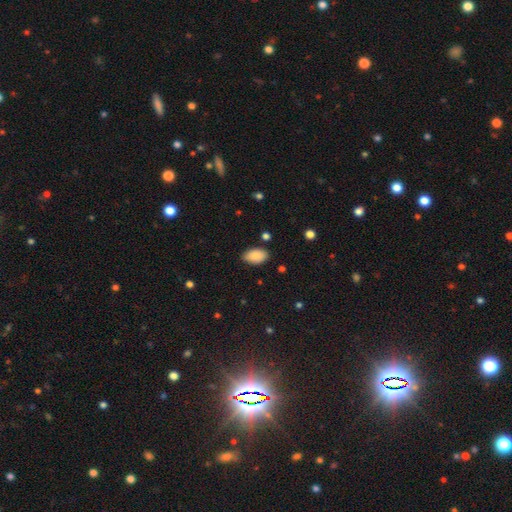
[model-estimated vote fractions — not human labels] smooth-or-featured: smooth: 88% | star or artifact: 7% | featured or disk: 5%
  how-rounded: in between: 94% | round: 5% | cigar-shaped: 2%
  merging: none: 85% | minor disturbance: 11% | major disturbance: 2% | merger: 2%